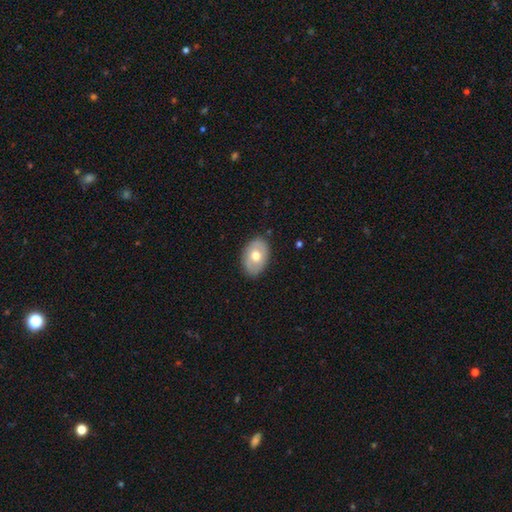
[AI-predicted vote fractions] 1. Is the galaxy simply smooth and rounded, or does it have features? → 62% smooth, 32% featured or disk, 6% star or artifact.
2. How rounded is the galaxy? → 83% in between, 16% round, 1% cigar-shaped.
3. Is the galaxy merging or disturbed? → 84% none, 13% minor disturbance, 3% major disturbance, 1% merger.